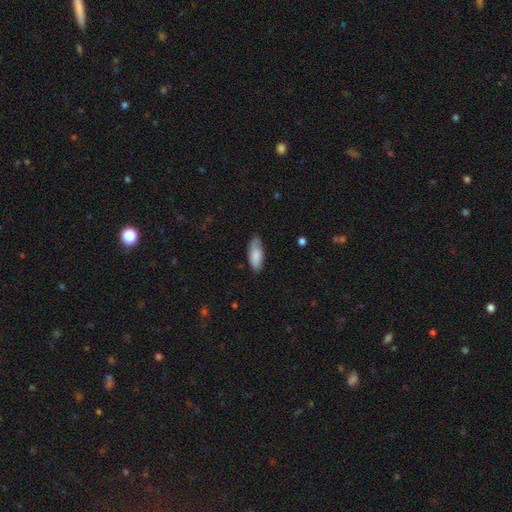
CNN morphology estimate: A smooth galaxy with no disk features (83%) that is in between round and cigar-shaped (75%).

Vote fractions:
- Smooth or featured? smooth: 83% / featured or disk: 11% / star or artifact: 6%
- How rounded? in between: 75% / cigar-shaped: 24% / round: 2%
- Merging? none: 72% / minor disturbance: 23% / major disturbance: 4% / merger: 1%